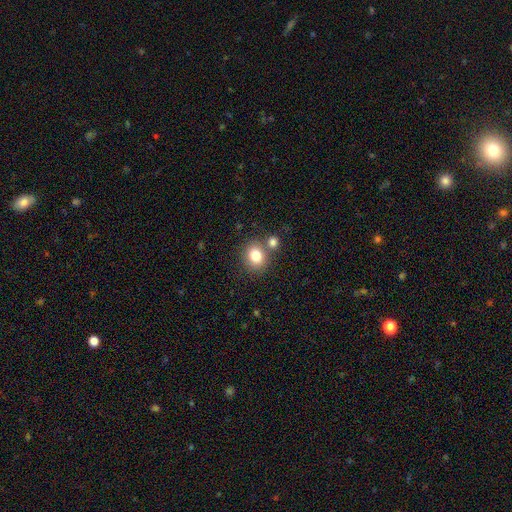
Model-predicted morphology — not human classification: smooth-or-featured: smooth: 82% | star or artifact: 10% | featured or disk: 8%
  how-rounded: round: 69% | in between: 30% | cigar-shaped: 1%
  merging: none: 67% | merger: 20% | minor disturbance: 10% | major disturbance: 3%